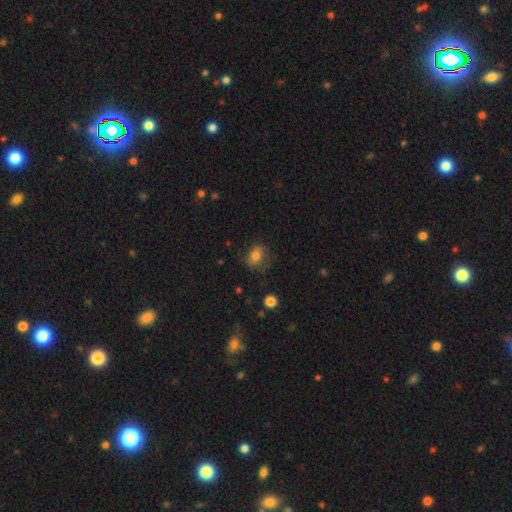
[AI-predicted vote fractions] smooth-or-featured: smooth: 73% | featured or disk: 16% | star or artifact: 11%
  how-rounded: round: 57% | in between: 42% | cigar-shaped: 1%
  merging: none: 64% | minor disturbance: 24% | major disturbance: 10% | merger: 2%